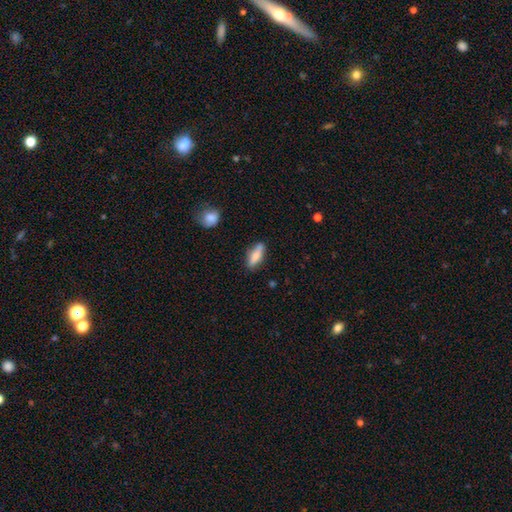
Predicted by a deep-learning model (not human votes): This appears to be a smooth galaxy with no disk features (72%) that is in between round and cigar-shaped (54%). Merging: none (80%).